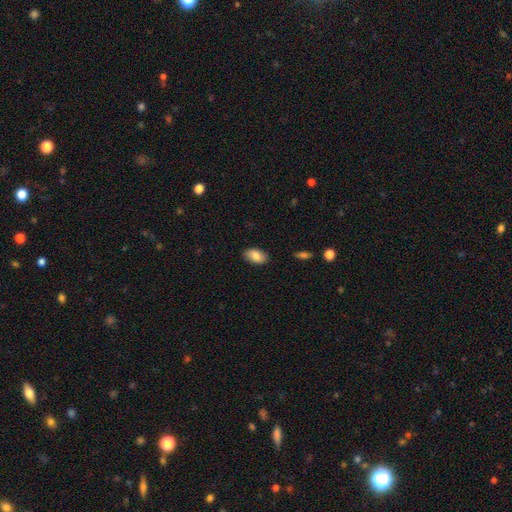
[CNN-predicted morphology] Smooth or featured? smooth (81%)
How rounded? in between (93%)
Merging? none (86%)